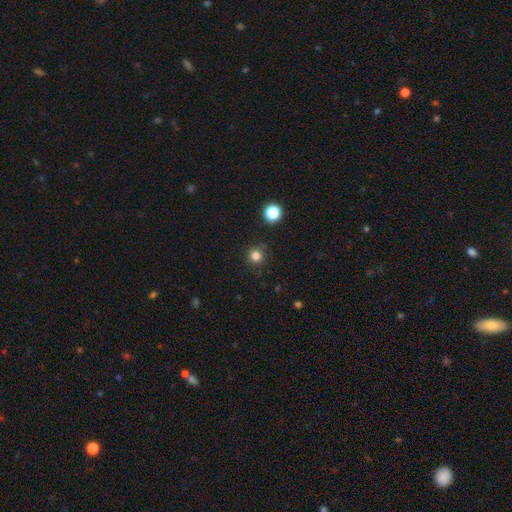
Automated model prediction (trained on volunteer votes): This appears to be a smooth galaxy with no disk features (80%) that is round (95%). Merging: none (87%).